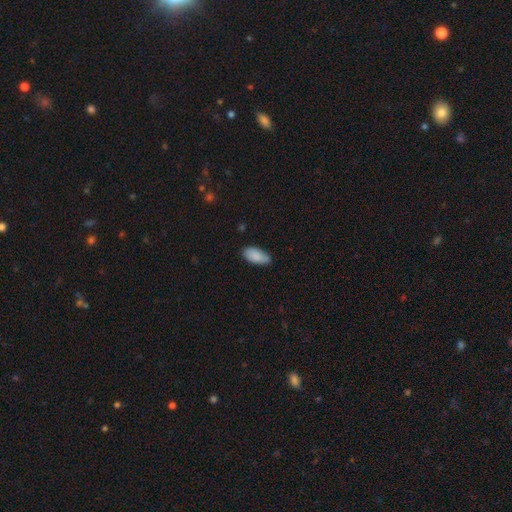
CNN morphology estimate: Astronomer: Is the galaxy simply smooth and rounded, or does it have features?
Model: smooth — 88%.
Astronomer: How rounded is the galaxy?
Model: in between — 91%.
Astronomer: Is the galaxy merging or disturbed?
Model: none — 76%.